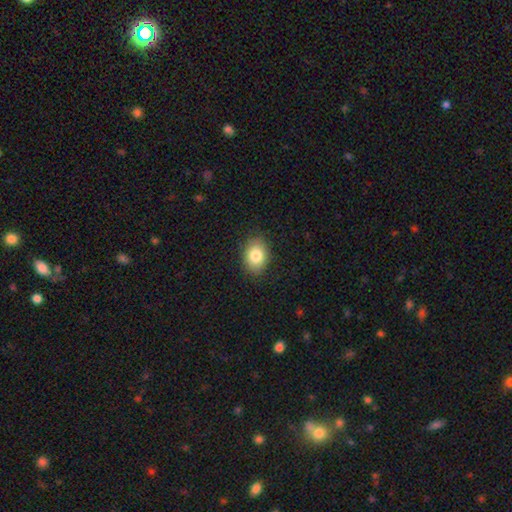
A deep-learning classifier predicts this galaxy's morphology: A smooth galaxy with no disk features (83%) that is in between round and cigar-shaped (70%).

Vote fractions:
- Smooth or featured? smooth: 83% / featured or disk: 9% / star or artifact: 9%
- How rounded? in between: 70% / round: 29% / cigar-shaped: 1%
- Merging? none: 87% / minor disturbance: 10% / major disturbance: 2% / merger: 1%